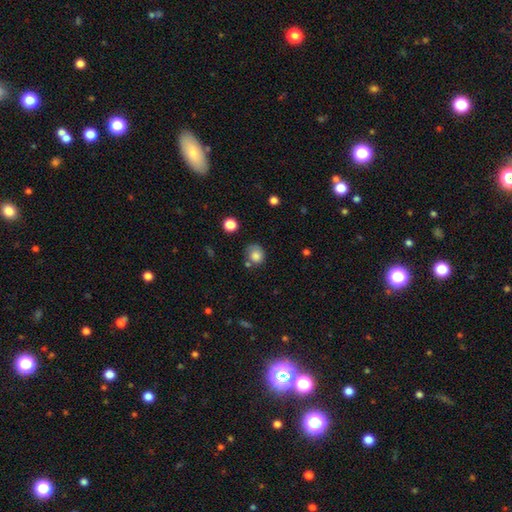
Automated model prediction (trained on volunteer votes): Morphology: type=smooth (81%); roundness=round (77%); merging=none (59%).